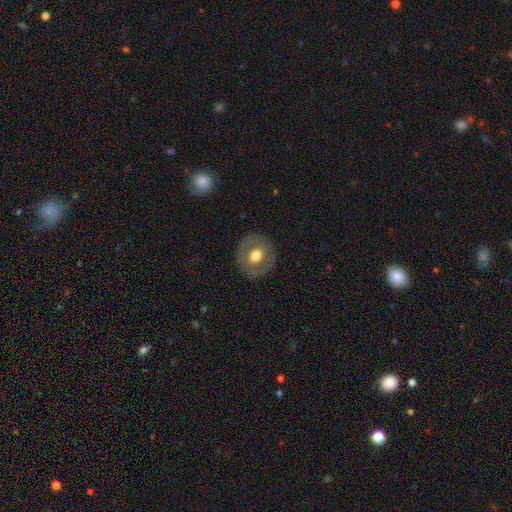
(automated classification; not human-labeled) This is possibly a smooth galaxy (55%). How rounded: clearly round (82%). Merging: clearly none (86%).